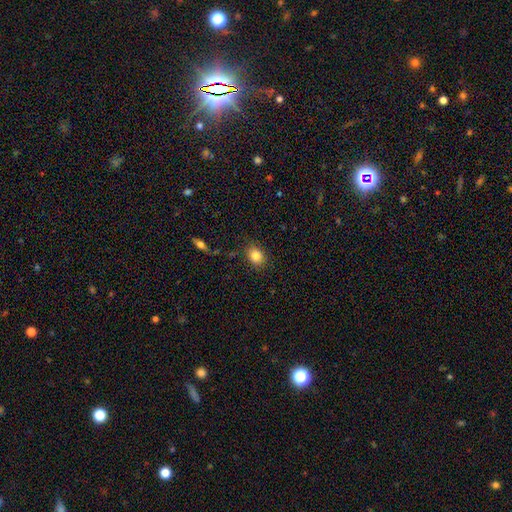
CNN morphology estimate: Smooth or featured? smooth (84%)
How rounded? round (51%)
Merging? none (85%)